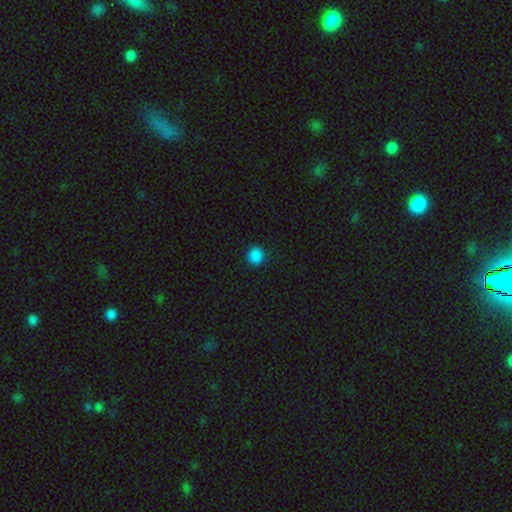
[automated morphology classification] smooth-or-featured: smooth: 87% | star or artifact: 11% | featured or disk: 2%
  how-rounded: round: 90% | in between: 9% | cigar-shaped: 1%
  merging: none: 91% | minor disturbance: 6% | major disturbance: 2% | merger: 1%